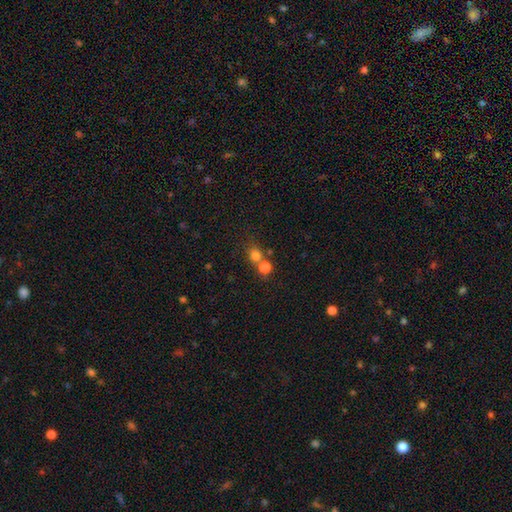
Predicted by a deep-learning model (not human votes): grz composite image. It shows a smooth galaxy with no disk features (75%) that is round (80%). Merging: none (53%).